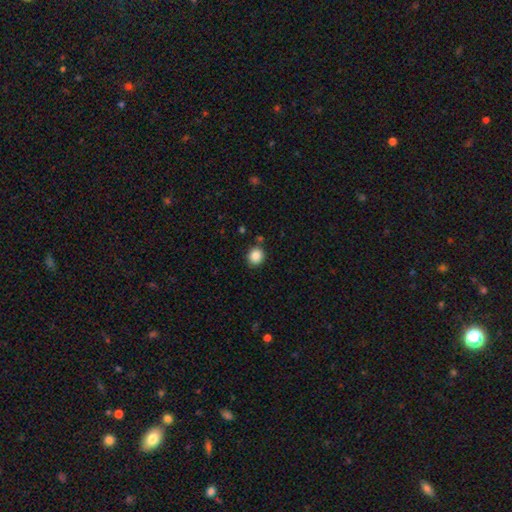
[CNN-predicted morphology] smooth 87%, star or artifact 10%, featured or disk 4%. Down the decision tree: how rounded — round (81%); merging — none (85%).